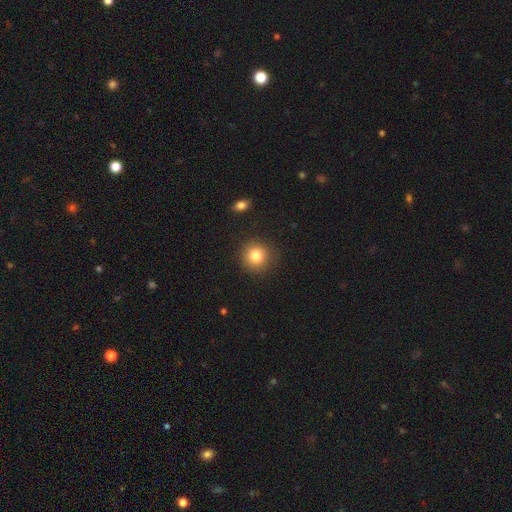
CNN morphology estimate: smooth 83%, star or artifact 11%, featured or disk 6%. Down the decision tree: how rounded — round (91%); merging — none (88%).